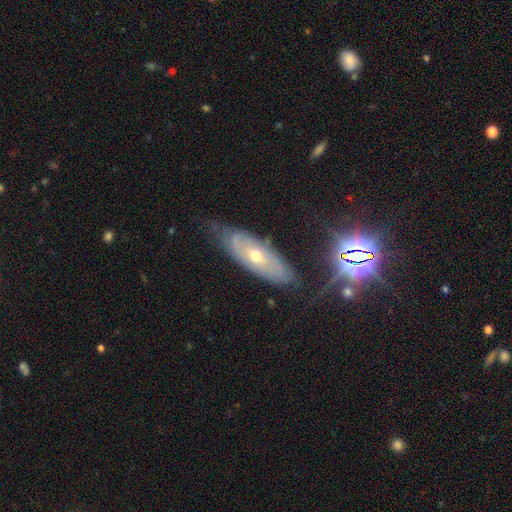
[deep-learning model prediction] This is possibly a featured or disk galaxy (58%). It is likely not viewed edge-on (70%). Merging: likely none (67%).